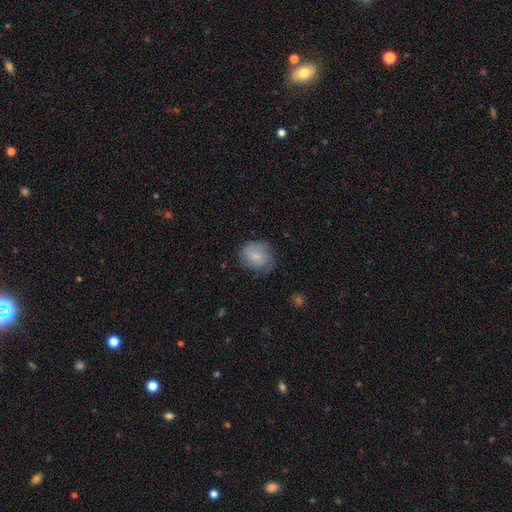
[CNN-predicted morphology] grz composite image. It shows a smooth galaxy with no disk features (79%) that is round (70%). Merging: none (64%).